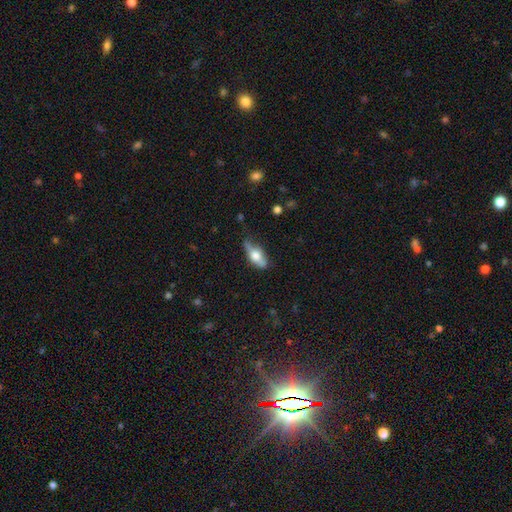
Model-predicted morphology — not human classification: type=smooth (51%); roundness=in between (73%); merging=none (61%).